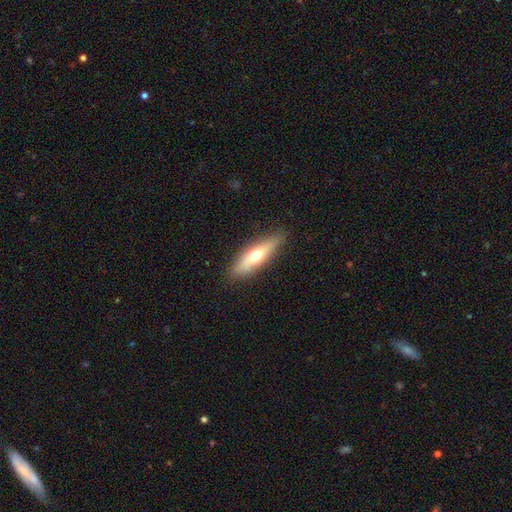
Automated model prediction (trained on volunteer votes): A smooth galaxy with no disk features (54%) that is cigar-shaped (59%). Merging: none (86%).